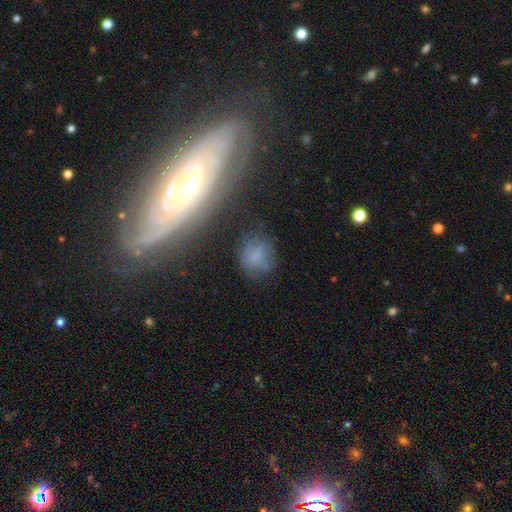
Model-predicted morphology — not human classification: A smooth galaxy with no disk features (62%) that is round (66%). Merging: none (65%).